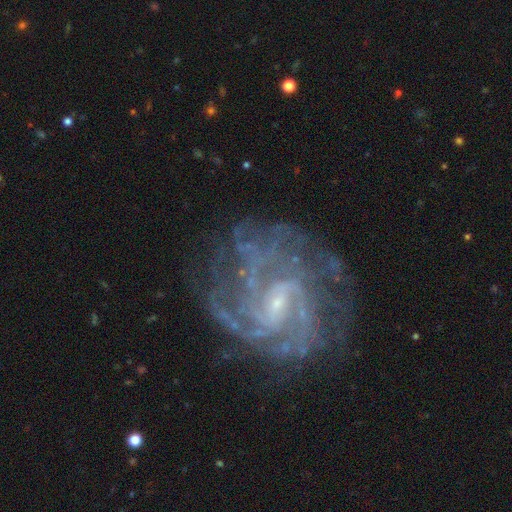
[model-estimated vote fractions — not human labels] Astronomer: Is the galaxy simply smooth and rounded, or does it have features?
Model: featured or disk — 89%.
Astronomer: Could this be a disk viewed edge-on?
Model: no — 98%.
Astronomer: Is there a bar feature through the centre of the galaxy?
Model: weak — 54% (runner-up: no, 31%).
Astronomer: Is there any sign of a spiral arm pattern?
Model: yes — 96%.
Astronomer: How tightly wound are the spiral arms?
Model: tight — 48% (runner-up: medium, 42%).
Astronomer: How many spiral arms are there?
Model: can't tell — 27% (runner-up: 2, 20%).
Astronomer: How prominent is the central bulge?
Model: small — 79%.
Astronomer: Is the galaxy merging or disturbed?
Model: none — 69%.